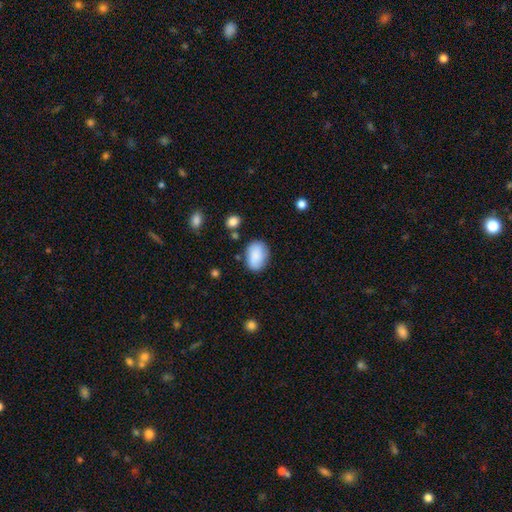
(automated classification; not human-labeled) Smooth or featured?
  - smooth: 85% *
  - featured or disk: 8%
  - star or artifact: 7%
How rounded?
  - in between: 79% *
  - round: 20%
  - cigar-shaped: 1%
Merging?
  - none: 75% *
  - minor disturbance: 17%
  - major disturbance: 4%
  - merger: 3%